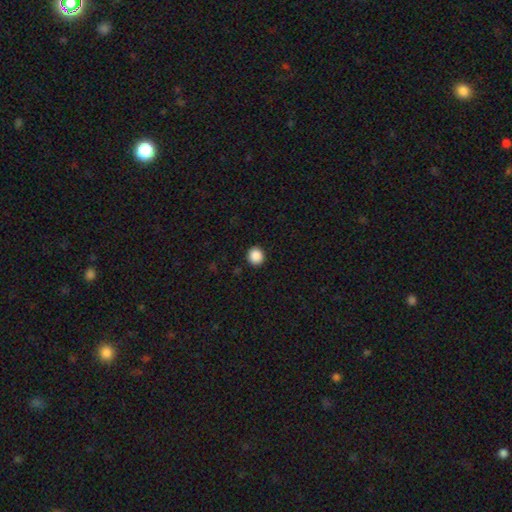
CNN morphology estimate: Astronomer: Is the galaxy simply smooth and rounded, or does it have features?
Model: smooth — 89%.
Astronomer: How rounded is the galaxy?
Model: round — 90%.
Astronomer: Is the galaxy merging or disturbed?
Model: none — 92%.